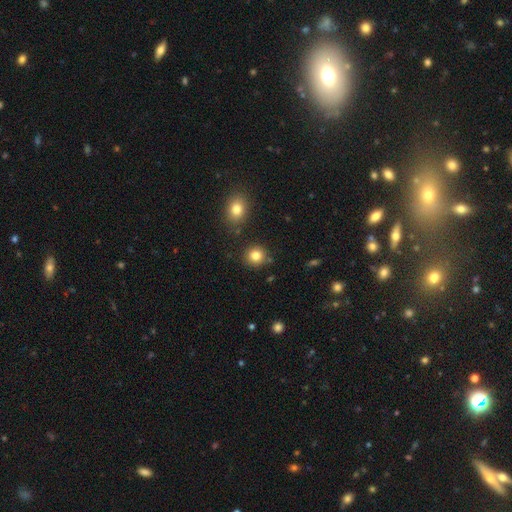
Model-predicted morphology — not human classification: Smooth or featured? smooth (83%)
How rounded? round (89%)
Merging? none (86%)